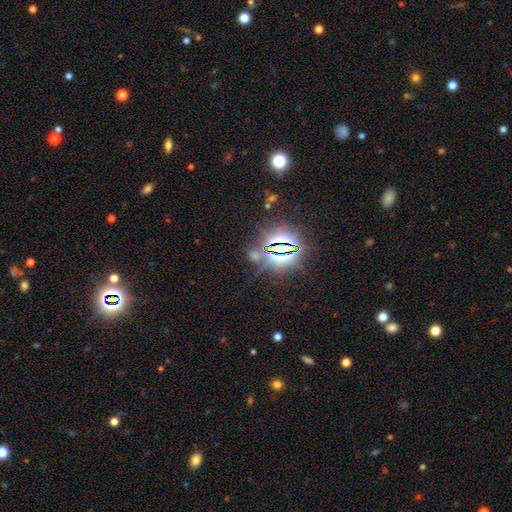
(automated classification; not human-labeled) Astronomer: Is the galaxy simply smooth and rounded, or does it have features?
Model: star or artifact — 75%.